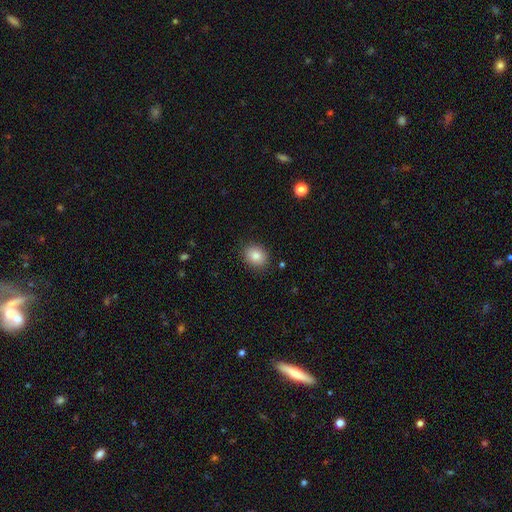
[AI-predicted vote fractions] Smooth or featured: smooth — 84% (star or artifact — 9%)
How rounded: round — 66% (in between — 33%)
Merging: none — 87% (minor disturbance — 9%)